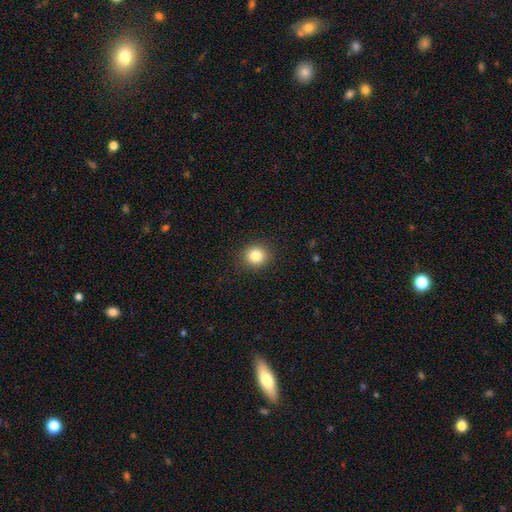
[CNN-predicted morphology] A smooth galaxy with no disk features (83%) that is round (85%).

Vote fractions:
- Smooth or featured? smooth: 83% / star or artifact: 11% / featured or disk: 6%
- How rounded? round: 85% / in between: 14% / cigar-shaped: 1%
- Merging? none: 91% / minor disturbance: 6% / major disturbance: 2% / merger: 1%